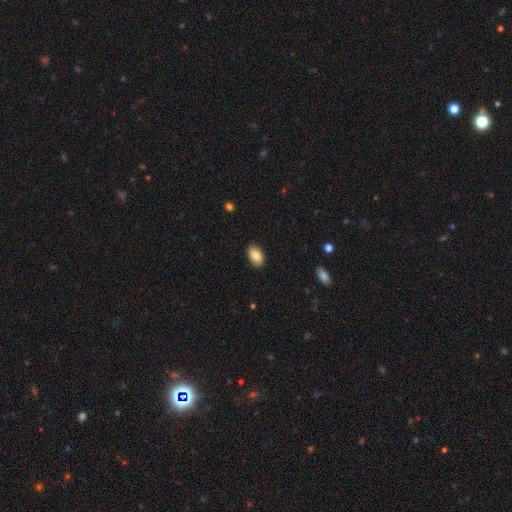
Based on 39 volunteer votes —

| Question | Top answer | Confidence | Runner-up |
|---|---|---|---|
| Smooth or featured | smooth | 90% | star or artifact (8%) |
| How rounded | in between | 97% | round (3%) |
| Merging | none | 94% | minor disturbance (3%) |